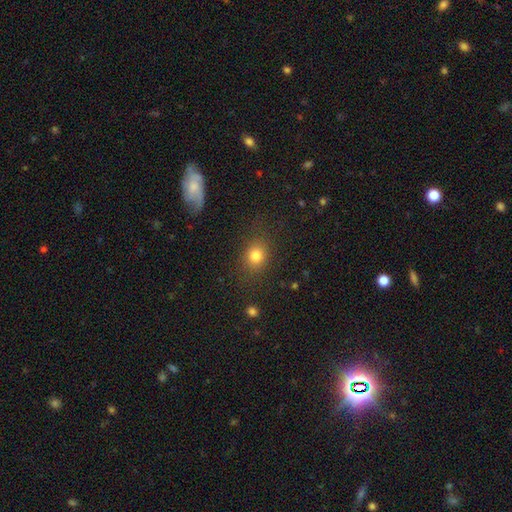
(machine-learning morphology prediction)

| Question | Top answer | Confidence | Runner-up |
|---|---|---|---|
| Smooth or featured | smooth | 80% | star or artifact (13%) |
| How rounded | round | 63% | in between (36%) |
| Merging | none | 78% | minor disturbance (13%) |